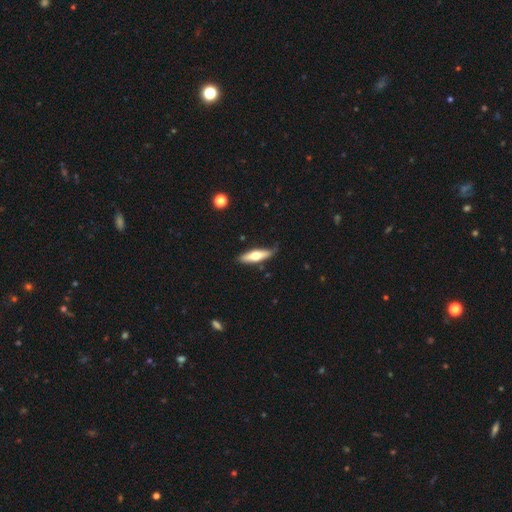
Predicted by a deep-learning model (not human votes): Overall: smooth (55%; featured or disk 40%). How rounded: cigar-shaped (60%; in between 38%). Merging: none (76%).